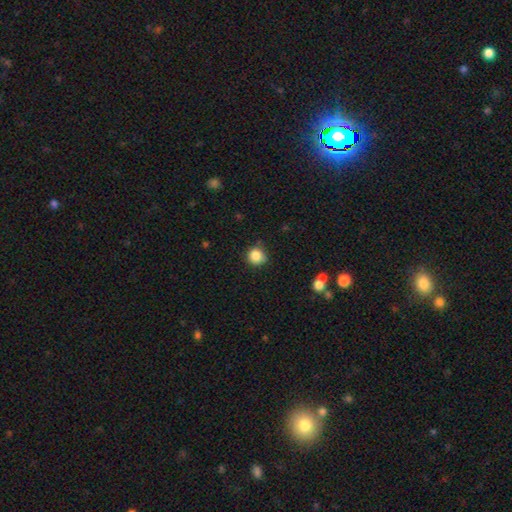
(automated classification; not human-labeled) This appears to be a smooth galaxy with no disk features (85%) that is round (89%). Merging: none (77%).